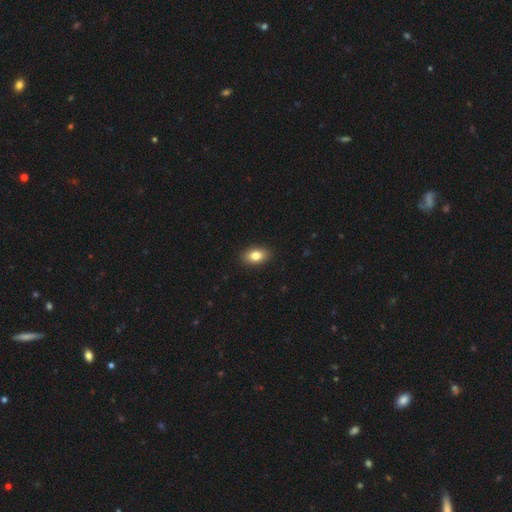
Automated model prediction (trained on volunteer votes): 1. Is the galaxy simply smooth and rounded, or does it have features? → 83% smooth, 9% featured or disk, 8% star or artifact.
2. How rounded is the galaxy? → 86% in between, 12% round, 2% cigar-shaped.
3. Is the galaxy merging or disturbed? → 90% none, 8% minor disturbance, 2% major disturbance, 1% merger.